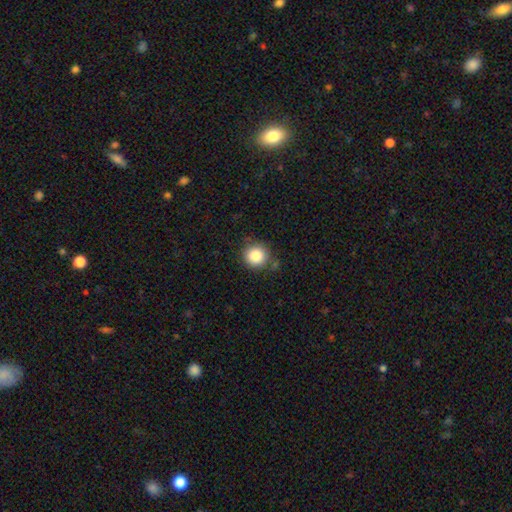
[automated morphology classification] A smooth galaxy with no disk features (85%) that is round (92%). Merging: none (80%).